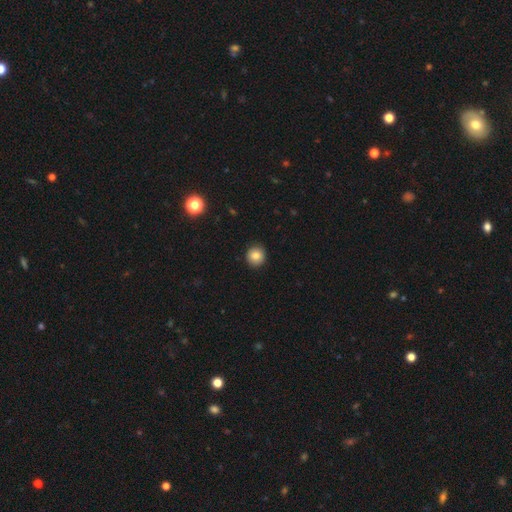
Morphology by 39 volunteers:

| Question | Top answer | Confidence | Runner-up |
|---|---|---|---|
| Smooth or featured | smooth | 77% | featured or disk (13%) |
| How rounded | round | 97% | in between (3%) |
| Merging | none | 89% | minor disturbance (9%) |